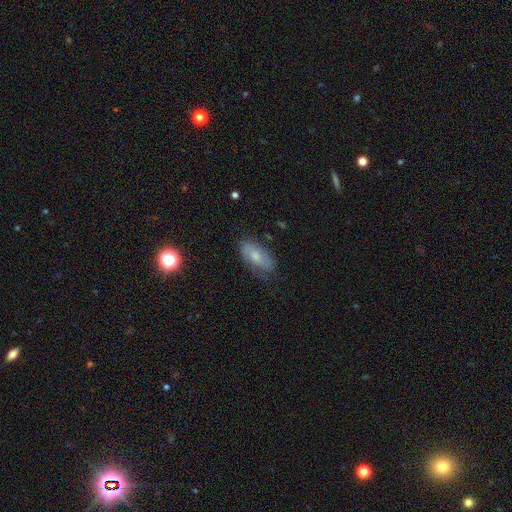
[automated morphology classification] Q: Smooth or featured?
A: smooth (55%); runner-up: featured or disk (37%)
Q: How rounded?
A: in between (86%); runner-up: cigar-shaped (10%)
Q: Merging?
A: none (68%); runner-up: minor disturbance (24%)